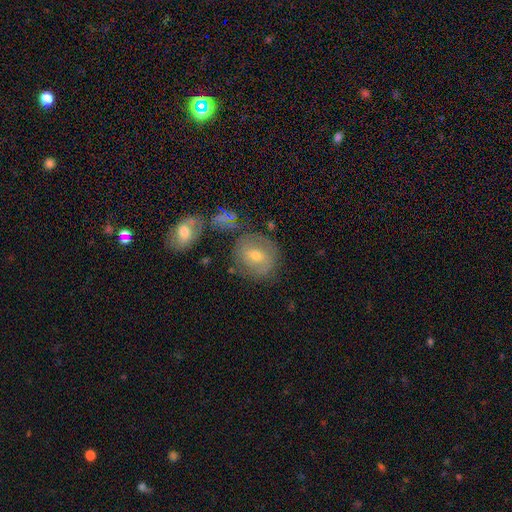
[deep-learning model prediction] Q: Smooth or featured?
A: smooth (49%); runner-up: featured or disk (41%)
Q: Merging?
A: none (66%); runner-up: minor disturbance (17%)